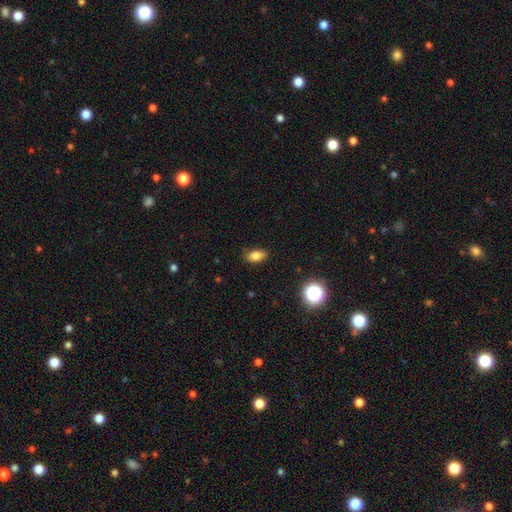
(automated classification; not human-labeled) smooth_or_featured: smooth (p=0.82) [alt: star or artifact p=0.11]
how_rounded: in between (p=0.87) [alt: round p=0.07]
merging: none (p=0.84) [alt: minor disturbance p=0.12]